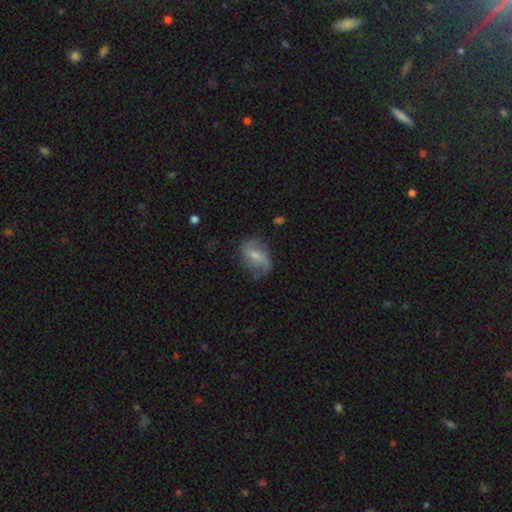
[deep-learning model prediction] Smooth or featured?
  - featured or disk: 56% *
  - smooth: 37%
  - star or artifact: 8%
Edge-on disk?
  - no: 96% *
  - yes: 4%
Bar?
  - weak: 49% *
  - no: 35%
  - strong: 16%
Spiral arms?
  - yes: 83% *
  - no: 17%
Bulge size?
  - small: 48% *
  - moderate: 41%
  - none: 7%
  - large: 3%
  - dominant: 1%
Merging?
  - none: 58% *
  - minor disturbance: 27%
  - major disturbance: 13%
  - merger: 2%